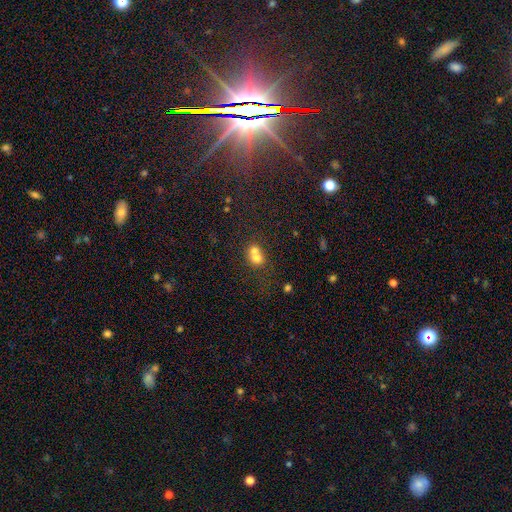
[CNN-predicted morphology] A smooth galaxy with no disk features (68%) that is round (73%).

Vote fractions:
- Smooth or featured? smooth: 68% / featured or disk: 20% / star or artifact: 13%
- How rounded? round: 73% / in between: 26% / cigar-shaped: 1%
- Merging? merger: 68% / none: 24% / minor disturbance: 5% / major disturbance: 3%